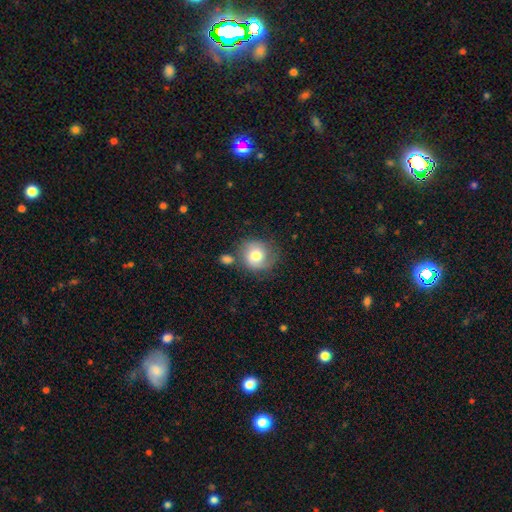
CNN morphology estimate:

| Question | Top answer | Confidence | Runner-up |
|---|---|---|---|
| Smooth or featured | smooth | 68% | featured or disk (23%) |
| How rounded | round | 86% | in between (13%) |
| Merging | none | 61% | minor disturbance (19%) |